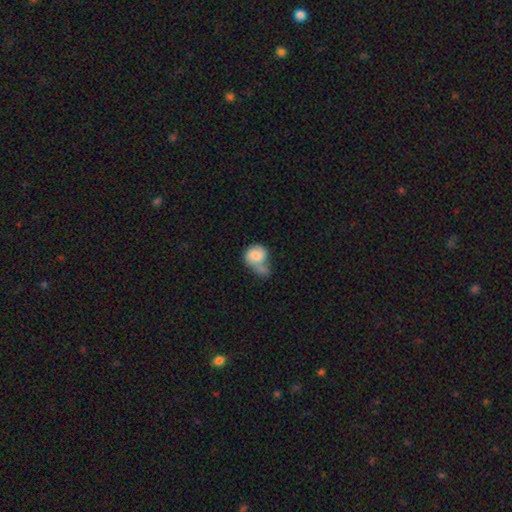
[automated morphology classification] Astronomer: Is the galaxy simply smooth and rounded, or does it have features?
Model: smooth — 55% (runner-up: featured or disk, 38%).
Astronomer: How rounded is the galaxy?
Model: round — 62% (runner-up: in between, 37%).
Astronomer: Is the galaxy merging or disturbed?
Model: merger — 29% (runner-up: minor disturbance, 25%).